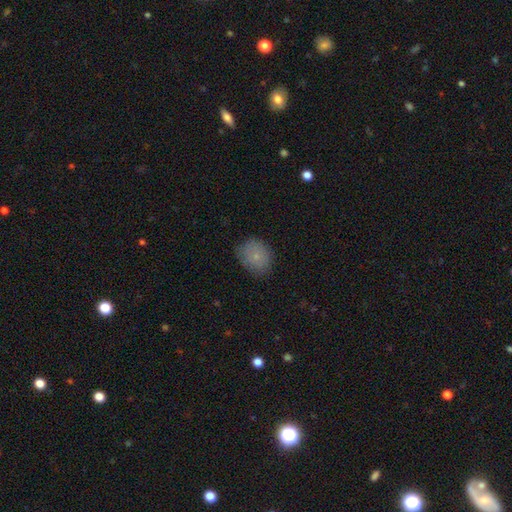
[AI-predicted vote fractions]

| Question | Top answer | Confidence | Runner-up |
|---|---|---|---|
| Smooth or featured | smooth | 79% | featured or disk (12%) |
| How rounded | round | 57% | in between (42%) |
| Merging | none | 78% | minor disturbance (17%) |